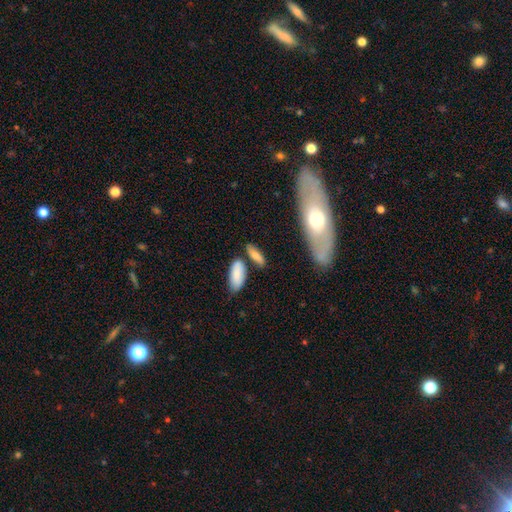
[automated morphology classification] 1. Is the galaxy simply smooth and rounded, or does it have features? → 76% smooth, 17% featured or disk, 8% star or artifact.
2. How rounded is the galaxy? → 64% in between, 33% cigar-shaped, 4% round.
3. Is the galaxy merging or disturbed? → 66% none, 15% merger, 15% minor disturbance, 5% major disturbance.